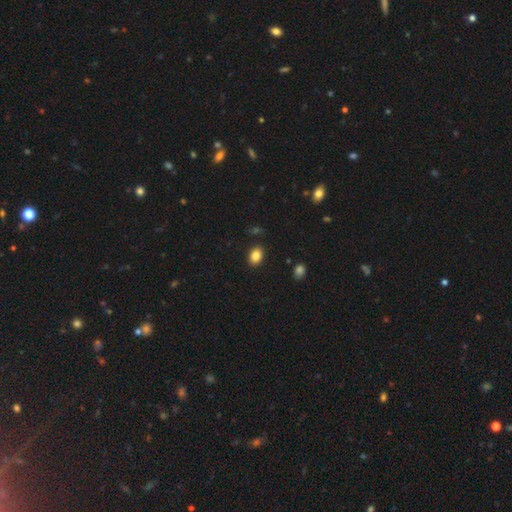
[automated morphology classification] The model was most divided on "how rounded": in between: 78%, round: 21%, cigar-shaped: 1%. More confident: merging — none (87%); smooth or featured — smooth (86%).